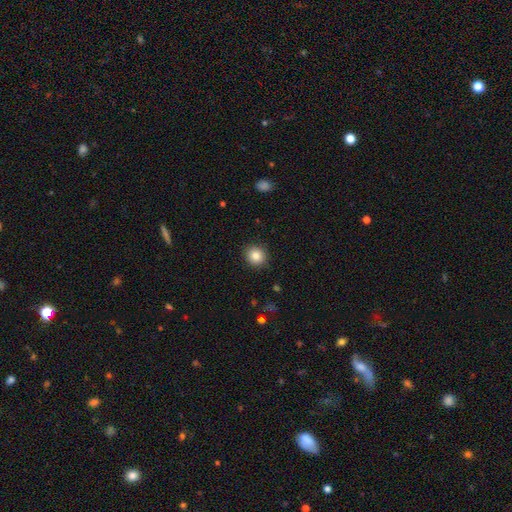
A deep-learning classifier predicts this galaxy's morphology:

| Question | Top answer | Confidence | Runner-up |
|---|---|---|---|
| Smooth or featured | smooth | 84% | star or artifact (10%) |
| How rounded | round | 87% | in between (12%) |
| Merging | none | 90% | minor disturbance (7%) |